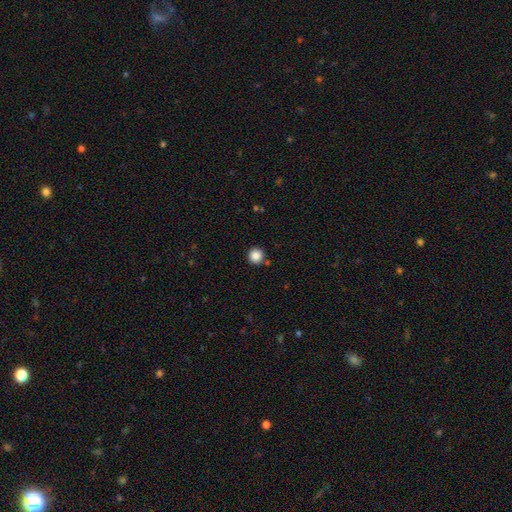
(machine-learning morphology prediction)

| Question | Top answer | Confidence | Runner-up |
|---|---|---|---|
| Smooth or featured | smooth | 87% | star or artifact (10%) |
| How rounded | round | 94% | in between (5%) |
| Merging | none | 88% | minor disturbance (6%) |